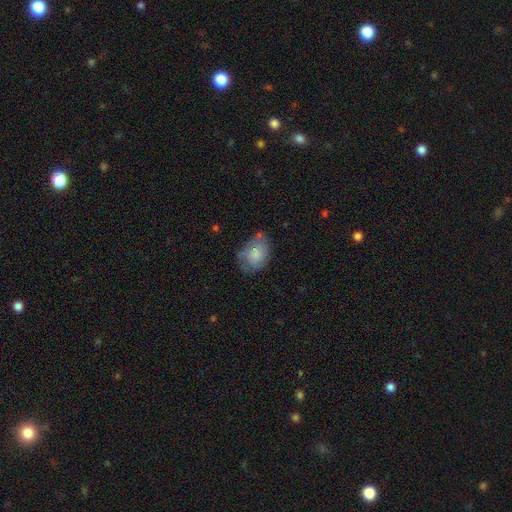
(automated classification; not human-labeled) Smooth or featured? Predicted: smooth (p=0.70). How rounded? Predicted: in between (p=0.72). Merging? Predicted: none (p=0.51).